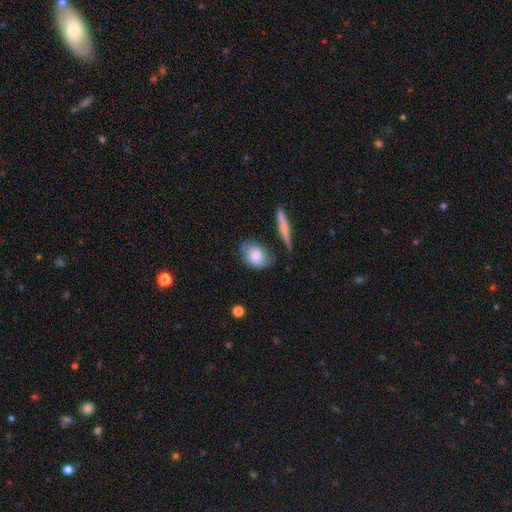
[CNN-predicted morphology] smooth_or_featured: smooth (p=0.77) [alt: featured or disk p=0.17]
how_rounded: in between (p=0.74) [alt: round p=0.23]
merging: none (p=0.56) [alt: minor disturbance p=0.29]